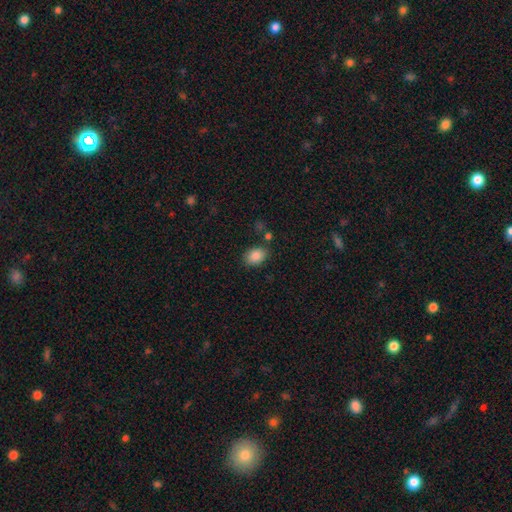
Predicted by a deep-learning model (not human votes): This is clearly a smooth galaxy (86%). How rounded: likely in between (77%). Merging: likely none (79%).